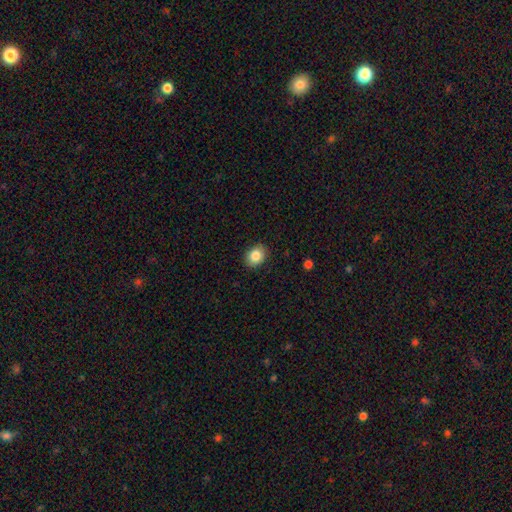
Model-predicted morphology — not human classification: type=smooth (86%); roundness=in between (58%); merging=none (88%).